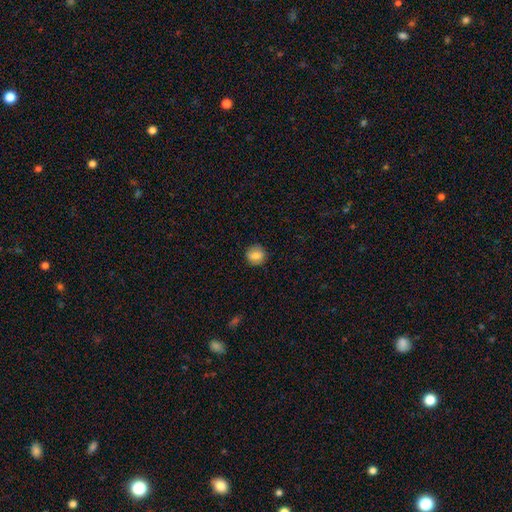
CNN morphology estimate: smooth 82%, featured or disk 9%, star or artifact 9%. Down the decision tree: how rounded — round (87%); merging — none (88%).